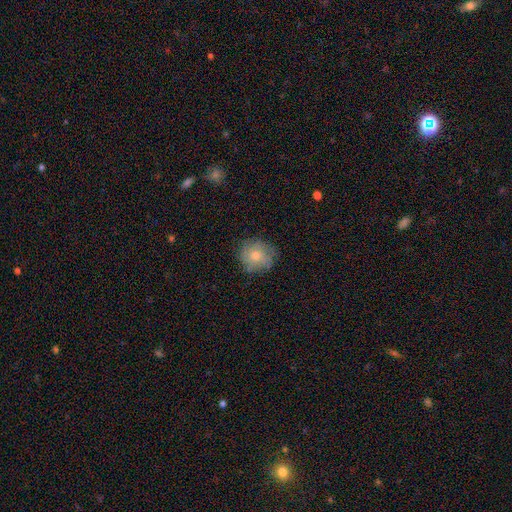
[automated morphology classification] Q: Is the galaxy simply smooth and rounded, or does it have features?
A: smooth — 61%.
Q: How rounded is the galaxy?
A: round — 86%.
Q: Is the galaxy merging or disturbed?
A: none — 75%.